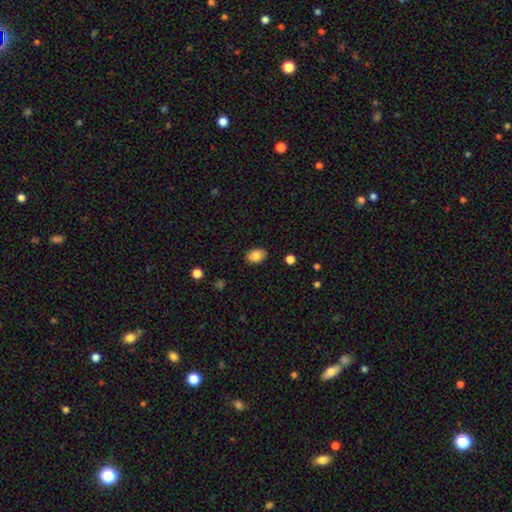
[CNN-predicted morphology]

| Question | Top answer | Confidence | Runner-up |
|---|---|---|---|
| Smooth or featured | smooth | 85% | star or artifact (8%) |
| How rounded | in between | 80% | round (19%) |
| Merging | none | 86% | minor disturbance (10%) |